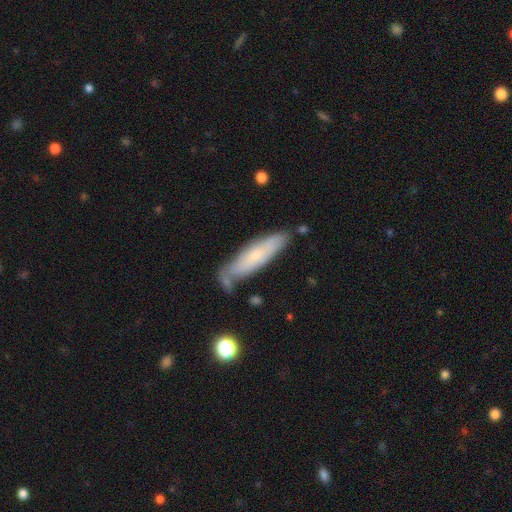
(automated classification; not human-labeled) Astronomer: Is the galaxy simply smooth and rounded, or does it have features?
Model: smooth — 57% (runner-up: featured or disk, 36%).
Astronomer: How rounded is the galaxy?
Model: cigar-shaped — 69%.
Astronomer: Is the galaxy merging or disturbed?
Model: none — 66%.